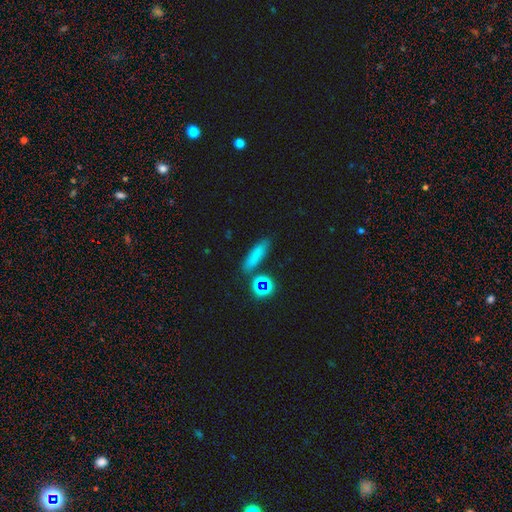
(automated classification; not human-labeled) A smooth galaxy with no disk features (74%) that is cigar-shaped (67%).

Vote fractions:
- Smooth or featured? smooth: 74% / star or artifact: 16% / featured or disk: 11%
- How rounded? cigar-shaped: 67% / in between: 27% / round: 6%
- Merging? none: 80% / minor disturbance: 11% / merger: 6% / major disturbance: 3%